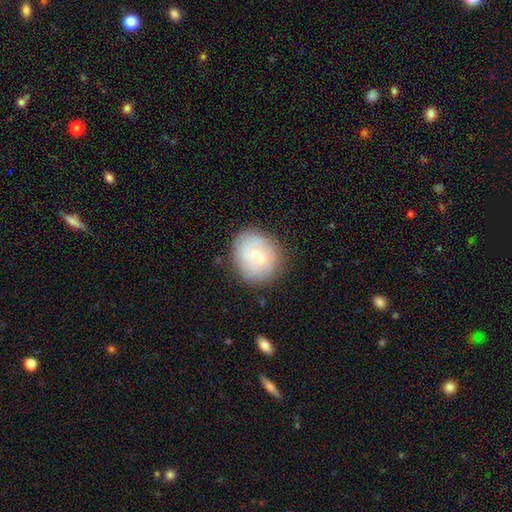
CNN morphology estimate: Smooth or featured?
  - smooth: 58% *
  - featured or disk: 34%
  - star or artifact: 8%
How rounded?
  - round: 81% *
  - in between: 18%
  - cigar-shaped: 1%
Merging?
  - none: 66% *
  - minor disturbance: 17%
  - merger: 12%
  - major disturbance: 6%